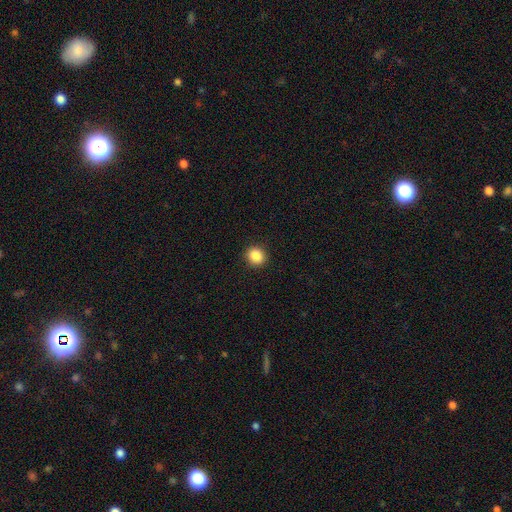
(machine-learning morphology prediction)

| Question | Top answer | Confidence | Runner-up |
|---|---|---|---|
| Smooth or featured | smooth | 87% | star or artifact (9%) |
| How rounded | round | 80% | in between (19%) |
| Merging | none | 92% | minor disturbance (6%) |